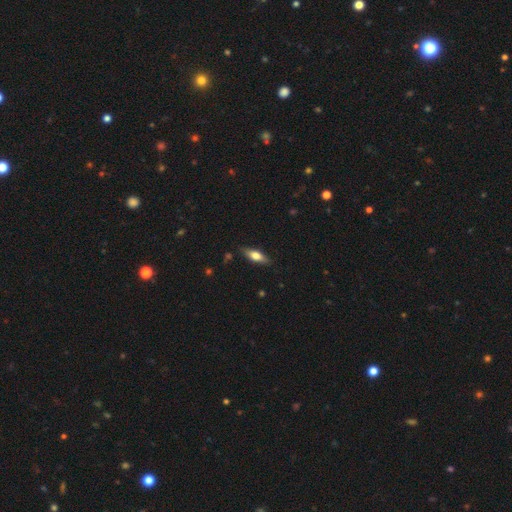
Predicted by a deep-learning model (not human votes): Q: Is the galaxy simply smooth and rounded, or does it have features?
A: smooth — 57%.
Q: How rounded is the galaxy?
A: in between — 56%.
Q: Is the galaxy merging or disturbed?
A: none — 83%.